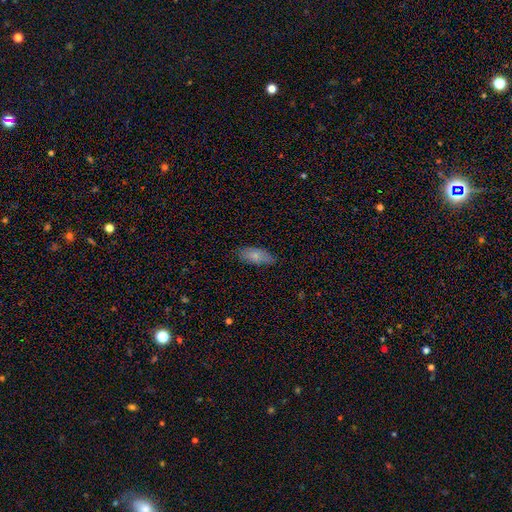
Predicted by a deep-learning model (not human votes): smooth_or_featured: smooth (p=0.77) [alt: featured or disk p=0.16]
how_rounded: in between (p=0.82) [alt: cigar-shaped p=0.15]
merging: none (p=0.75) [alt: minor disturbance p=0.20]